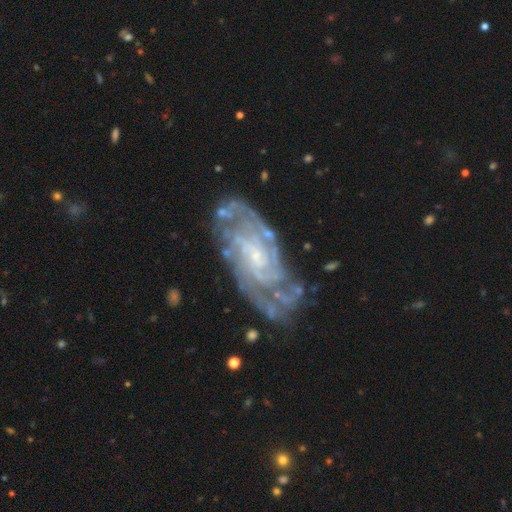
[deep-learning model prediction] The model was most divided on "spiral arm count": can't tell: 32%, 2: 19%, 3: 17%, 4: 17%, more than 4: 9%, 1: 6%. More confident: spiral arms — yes (96%); edge-on disk — no (95%); smooth or featured — featured or disk (89%); bulge size — small (73%); merging — none (70%); spiral winding — tight (64%); bar — no (55%).